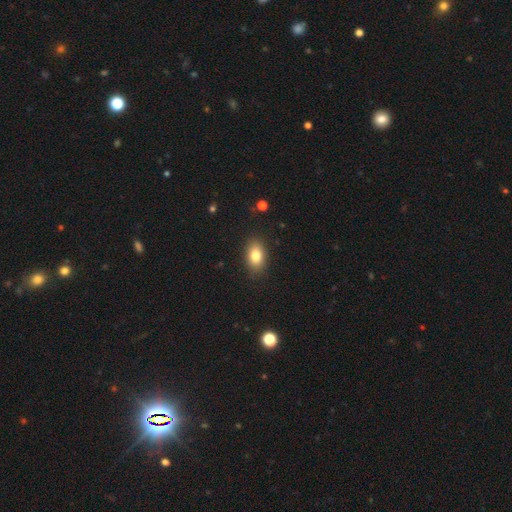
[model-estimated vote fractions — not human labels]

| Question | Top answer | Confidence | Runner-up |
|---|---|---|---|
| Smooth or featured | smooth | 82% | featured or disk (9%) |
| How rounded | in between | 86% | round (13%) |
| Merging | none | 87% | minor disturbance (9%) |